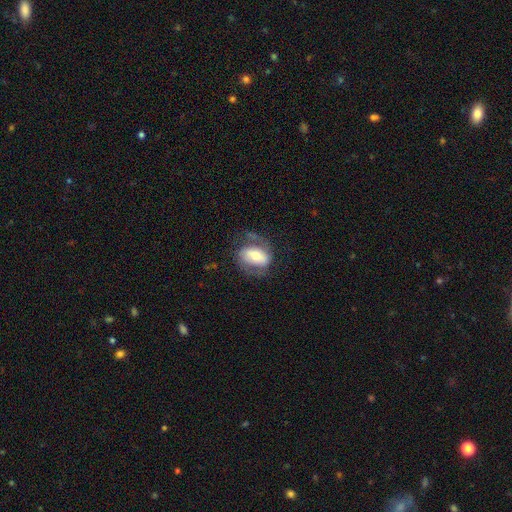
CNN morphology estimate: Smooth or featured: featured or disk — 55% (smooth — 38%)
Edge-on disk: no — 95% (yes — 5%)
Bar: strong — 36% (no — 32%)
Spiral arms: yes — 74% (no — 26%)
Bulge size: moderate — 53% (small — 28%)
Merging: none — 57% (minor disturbance — 22%)